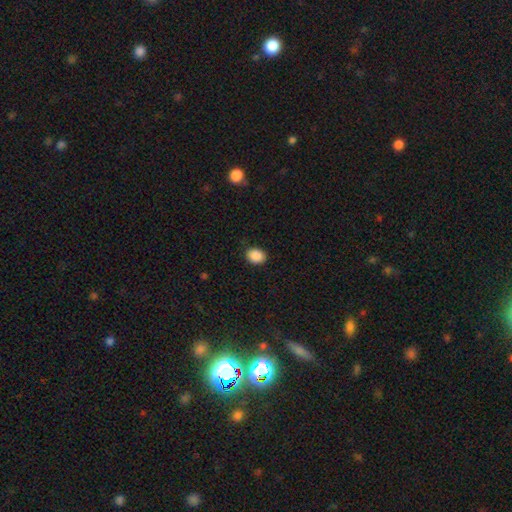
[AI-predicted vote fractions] This is clearly a smooth galaxy (89%). How rounded: possibly in between (54%). Merging: clearly none (88%).